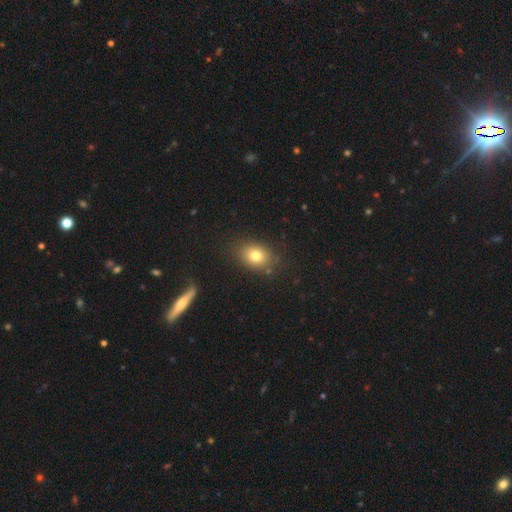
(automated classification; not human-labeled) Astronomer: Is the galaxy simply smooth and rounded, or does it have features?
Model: smooth — 77%.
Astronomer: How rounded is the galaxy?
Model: in between — 58% (runner-up: round, 41%).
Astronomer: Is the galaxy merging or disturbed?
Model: none — 83%.